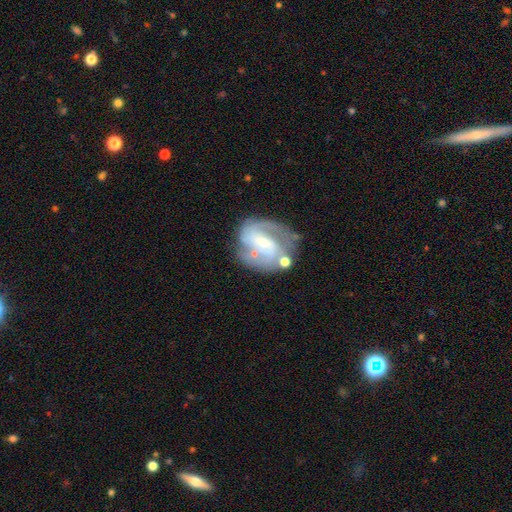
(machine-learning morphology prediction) featured or disk 81%, smooth 12%, star or artifact 7%. Down the decision tree: edge-on disk — no (97%); bar — weak (44%); spiral arms — yes (91%); spiral arm count — 2 (55%); spiral winding — medium (44%); bulge size — small (69%); merging — none (57%).